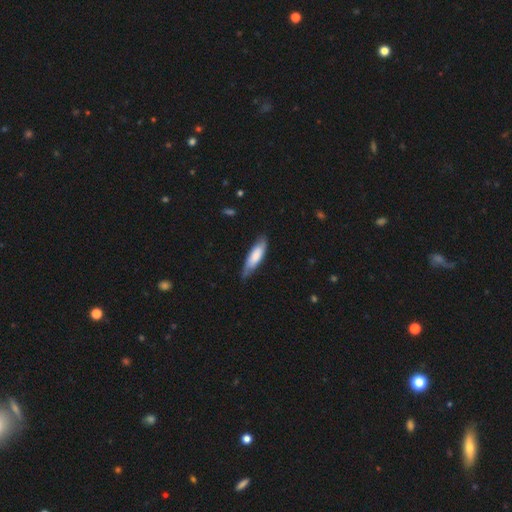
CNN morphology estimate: This is likely a smooth galaxy (68%). How rounded: possibly cigar-shaped (58%). Merging: likely none (71%).